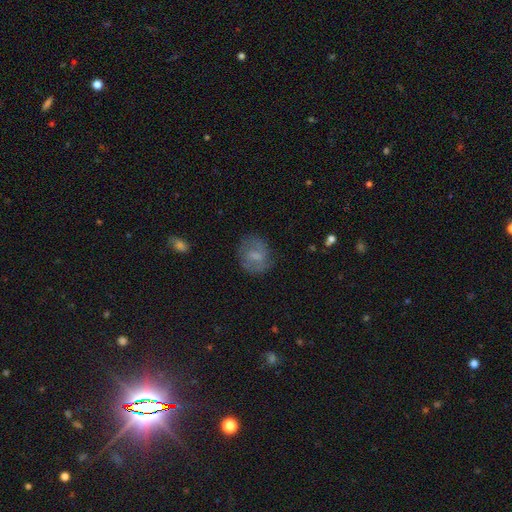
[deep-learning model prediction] smooth_or_featured: smooth (p=0.53) [alt: featured or disk p=0.38]
how_rounded: round (p=0.67) [alt: in between p=0.32]
merging: none (p=0.70) [alt: minor disturbance p=0.20]